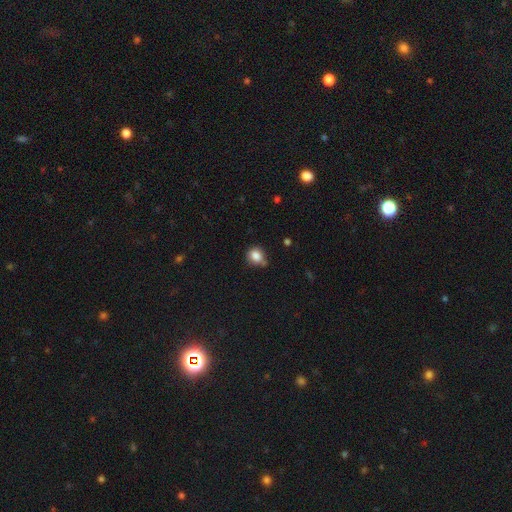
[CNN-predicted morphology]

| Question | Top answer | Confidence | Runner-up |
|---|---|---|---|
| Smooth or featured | smooth | 83% | star or artifact (10%) |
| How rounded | round | 69% | in between (30%) |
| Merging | none | 59% | minor disturbance (29%) |